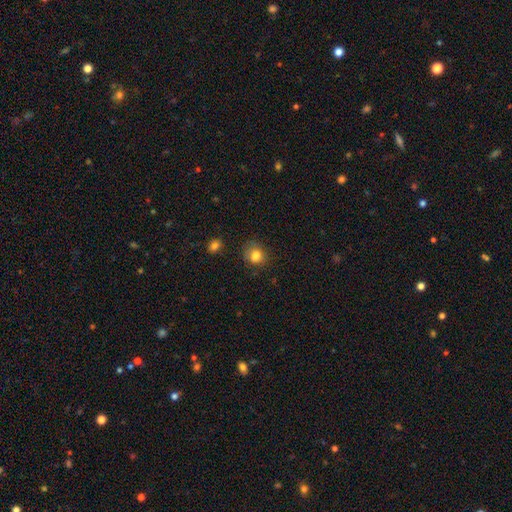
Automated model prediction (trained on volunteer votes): Q: Smooth or featured?
A: smooth (82%); runner-up: star or artifact (10%)
Q: How rounded?
A: round (69%); runner-up: in between (30%)
Q: Merging?
A: none (69%); runner-up: minor disturbance (22%)